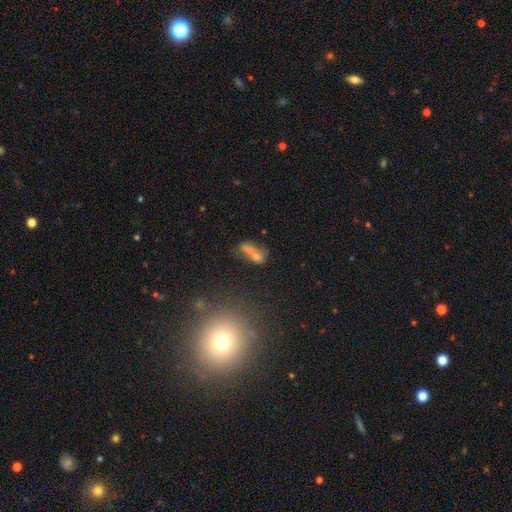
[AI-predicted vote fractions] smooth_or_featured: smooth (p=0.56) [alt: featured or disk p=0.23]
how_rounded: in between (p=0.59) [alt: round p=0.20]
merging: none (p=0.39) [alt: merger p=0.38]